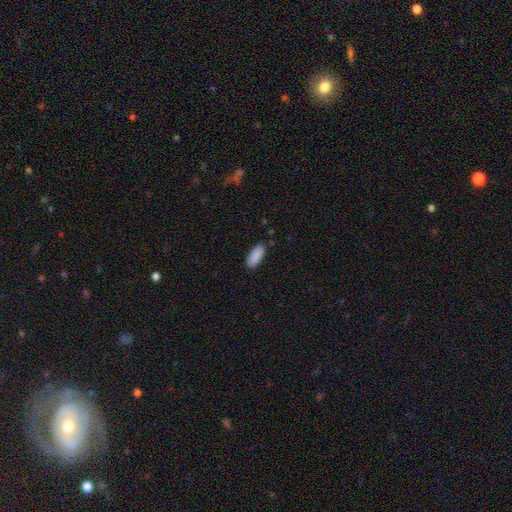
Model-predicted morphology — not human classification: The model was most divided on "how rounded": in between: 82%, cigar-shaped: 16%, round: 2%. More confident: smooth or featured — smooth (90%); merging — none (87%).